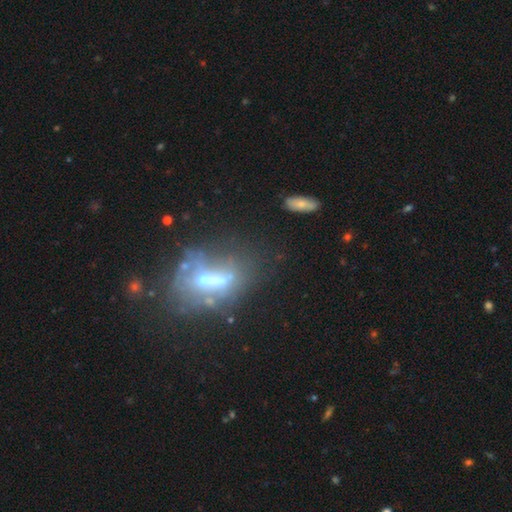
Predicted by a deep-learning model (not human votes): A featured or disk galaxy (50%). Merging: none (39%).